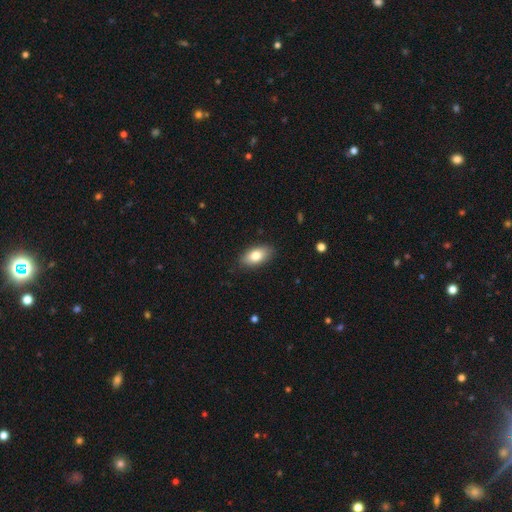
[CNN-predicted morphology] A smooth galaxy with no disk features (80%) that is in between round and cigar-shaped (91%). Merging: none (86%).